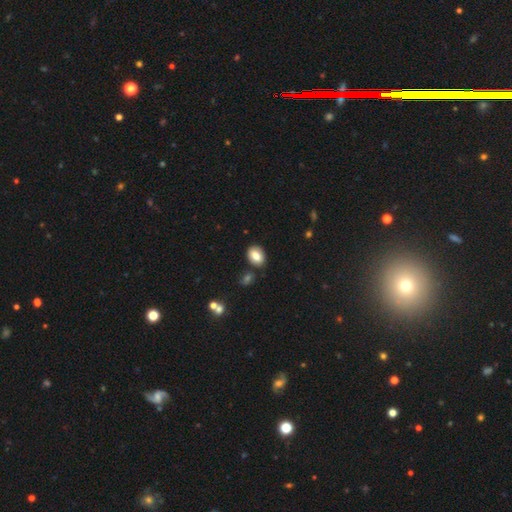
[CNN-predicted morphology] Overall: smooth (80%). How rounded: in between (75%). Merging: none (82%).